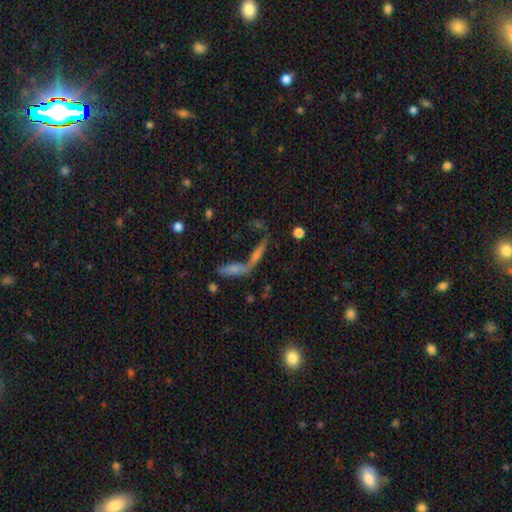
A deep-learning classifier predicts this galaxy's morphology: This appears to be a smooth galaxy with no disk features (42%). Merging: merger (48%).